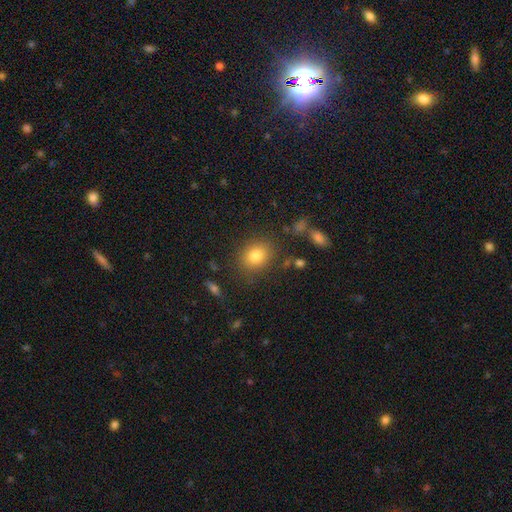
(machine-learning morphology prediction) smooth-or-featured: smooth: 81% | star or artifact: 11% | featured or disk: 8%
  how-rounded: round: 59% | in between: 40% | cigar-shaped: 1%
  merging: none: 83% | minor disturbance: 10% | major disturbance: 4% | merger: 3%